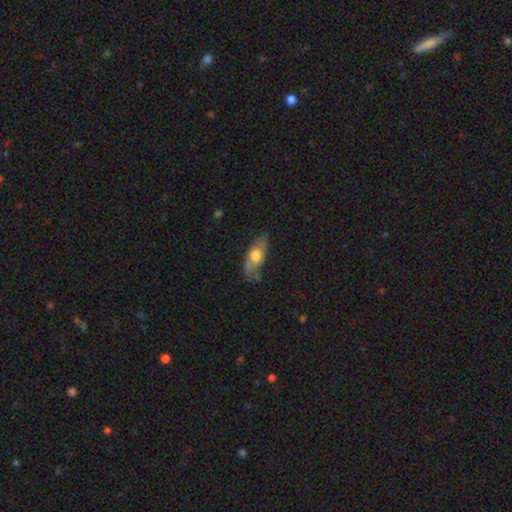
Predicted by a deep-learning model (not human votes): Smooth or featured?
  - smooth: 54% *
  - featured or disk: 39%
  - star or artifact: 7%
How rounded?
  - in between: 71% *
  - cigar-shaped: 22%
  - round: 6%
Merging?
  - none: 54% *
  - minor disturbance: 29%
  - major disturbance: 13%
  - merger: 4%